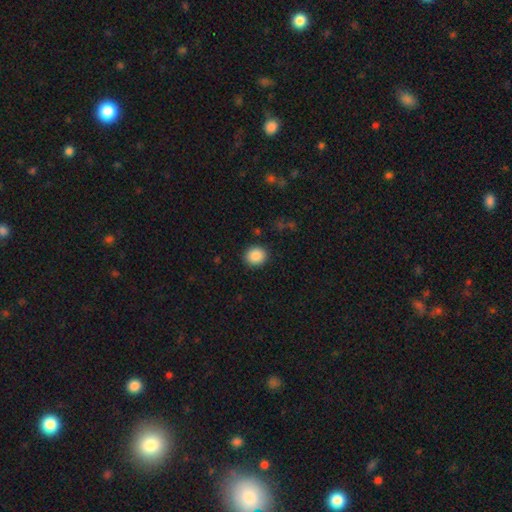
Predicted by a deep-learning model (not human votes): A smooth galaxy with no disk features (88%) that is round (78%).

Vote fractions:
- Smooth or featured? smooth: 88% / star or artifact: 9% / featured or disk: 3%
- How rounded? round: 78% / in between: 21% / cigar-shaped: 1%
- Merging? none: 90% / minor disturbance: 7% / major disturbance: 2% / merger: 1%